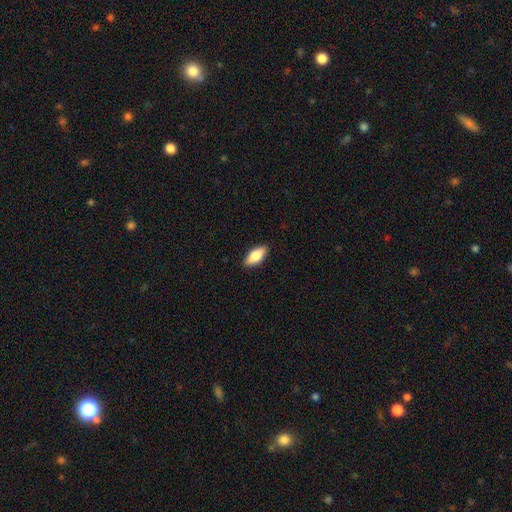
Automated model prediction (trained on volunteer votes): This is clearly a smooth galaxy (81%). How rounded: clearly in between (86%). Merging: clearly none (88%).